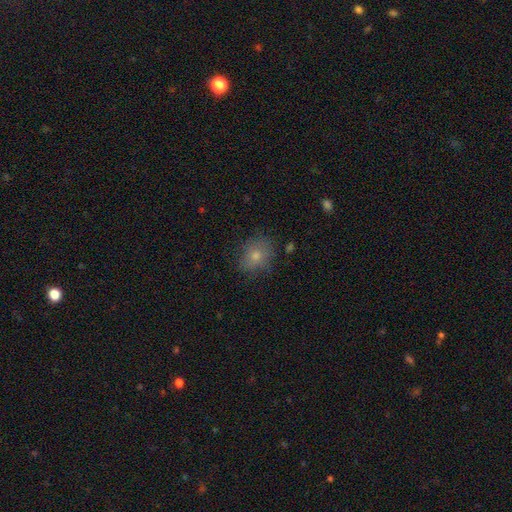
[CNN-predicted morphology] smooth-or-featured: smooth: 69% | star or artifact: 17% | featured or disk: 15%
  how-rounded: round: 61% | in between: 38% | cigar-shaped: 1%
  merging: none: 78% | minor disturbance: 16% | major disturbance: 4% | merger: 2%